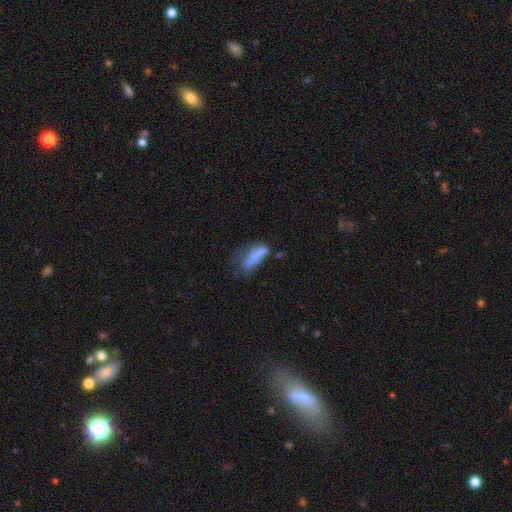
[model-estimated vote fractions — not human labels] A smooth galaxy with no disk features (66%) that is in between round and cigar-shaped (70%). Merging: major disturbance (40%).